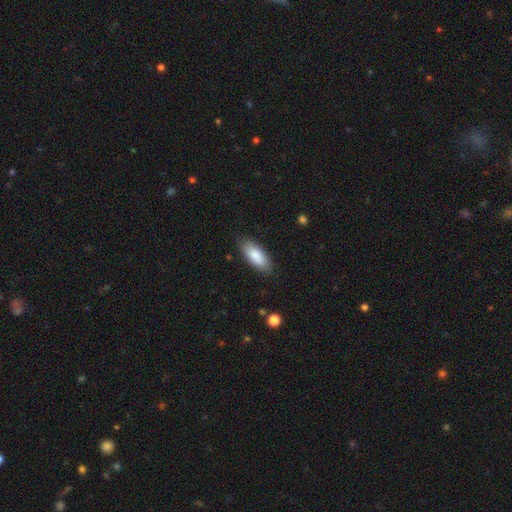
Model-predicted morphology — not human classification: Q: Smooth or featured?
A: smooth (86%); runner-up: featured or disk (8%)
Q: How rounded?
A: in between (79%); runner-up: cigar-shaped (19%)
Q: Merging?
A: none (85%); runner-up: minor disturbance (11%)